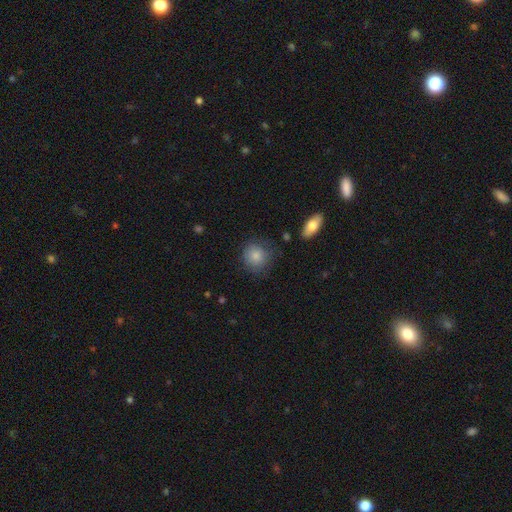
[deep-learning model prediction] The model was most divided on "merging": none: 74%, minor disturbance: 18%, major disturbance: 5%, merger: 2%. More confident: smooth or featured — smooth (84%); how rounded — round (84%).